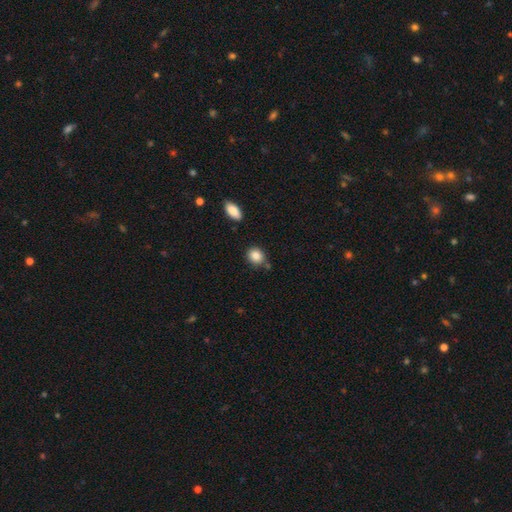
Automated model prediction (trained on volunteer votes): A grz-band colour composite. It shows a smooth galaxy with no disk features (86%) that is round (68%). Merging: none (75%).